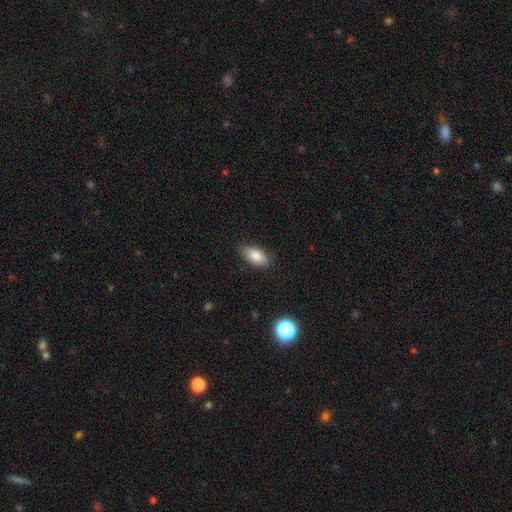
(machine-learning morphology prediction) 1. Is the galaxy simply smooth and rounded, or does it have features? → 85% smooth, 8% star or artifact, 8% featured or disk.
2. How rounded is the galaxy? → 90% in between, 5% cigar-shaped, 4% round.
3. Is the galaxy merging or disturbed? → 80% none, 16% minor disturbance, 3% major disturbance, 1% merger.